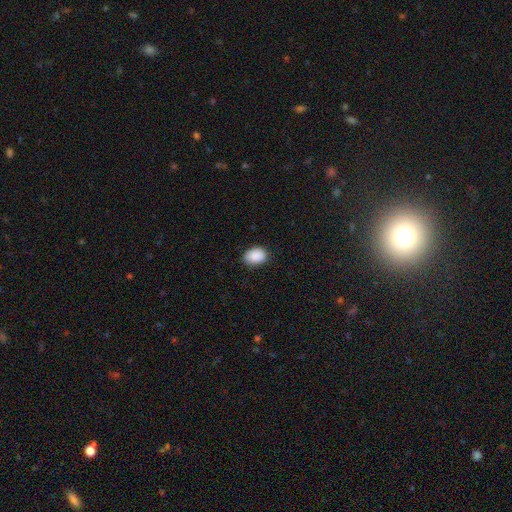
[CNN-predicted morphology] type=smooth (90%); roundness=in between (74%); merging=none (86%).